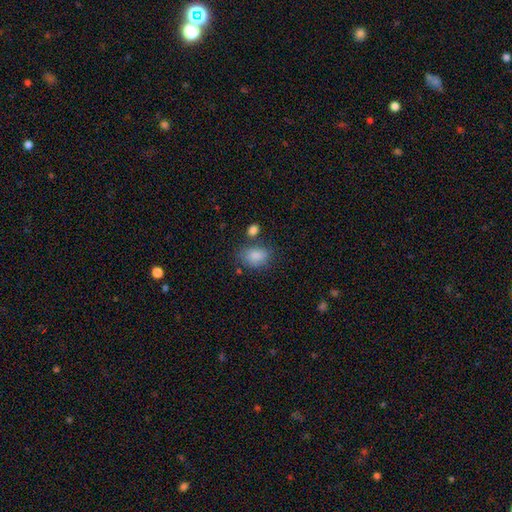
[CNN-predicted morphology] Q: Smooth or featured?
A: smooth (86%); runner-up: star or artifact (8%)
Q: How rounded?
A: in between (76%); runner-up: round (23%)
Q: Merging?
A: none (63%); runner-up: minor disturbance (20%)